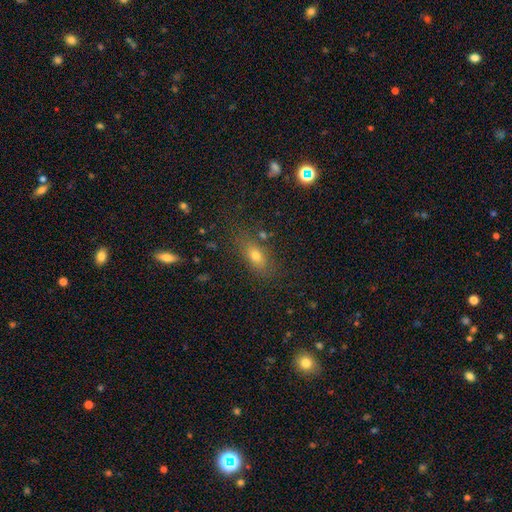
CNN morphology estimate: The model was most divided on "smooth or featured": smooth: 68%, star or artifact: 17%, featured or disk: 15%. More confident: merging — none (77%); how rounded — in between (74%).